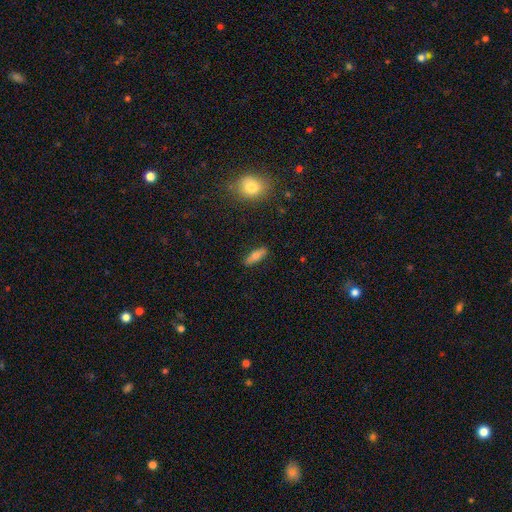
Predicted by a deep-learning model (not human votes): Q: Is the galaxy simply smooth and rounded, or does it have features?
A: smooth — 69%.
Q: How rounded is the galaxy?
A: in between — 53%.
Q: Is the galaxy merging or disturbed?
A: none — 86%.